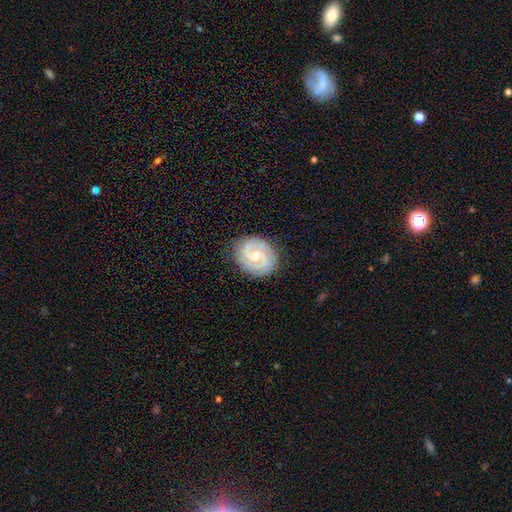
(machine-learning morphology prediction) smooth-or-featured: featured or disk: 86% | smooth: 9% | star or artifact: 5%
  disk-edge-on: no: 98% | yes: 2%
    bar: no: 50% | weak: 40% | strong: 10%
    has-spiral-arms: yes: 97% | no: 3%
      spiral-winding: tight: 64% | medium: 31% | loose: 5%
      spiral-arm-count: 2: 74% | 3: 11% | can't tell: 8% | 4: 2% | 1: 2% | more than 4: 2%
    bulge-size: moderate: 52% | small: 45% | large: 1% | none: 1% | dominant: 1%
  merging: none: 85% | minor disturbance: 11% | major disturbance: 3% | merger: 1%